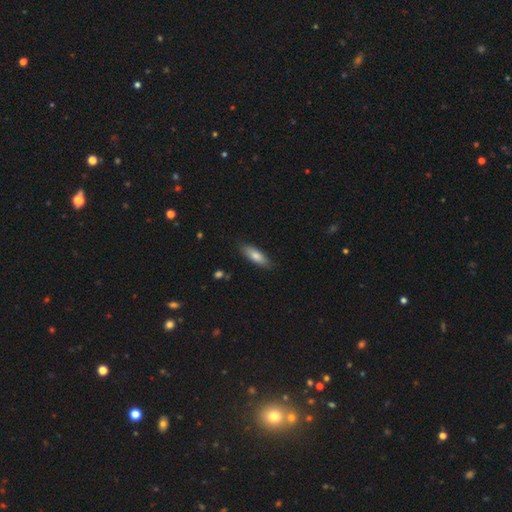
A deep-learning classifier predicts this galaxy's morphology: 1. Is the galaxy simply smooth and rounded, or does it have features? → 78% smooth, 16% featured or disk, 6% star or artifact.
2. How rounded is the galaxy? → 55% in between, 43% cigar-shaped, 2% round.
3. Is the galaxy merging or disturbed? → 85% none, 11% minor disturbance, 2% major disturbance, 1% merger.